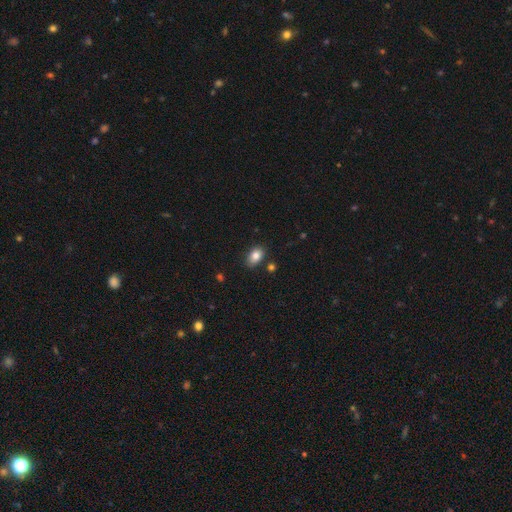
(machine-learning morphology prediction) Smooth or featured?
  - smooth: 84% *
  - star or artifact: 9%
  - featured or disk: 8%
How rounded?
  - in between: 87% *
  - round: 12%
  - cigar-shaped: 1%
Merging?
  - none: 82% *
  - minor disturbance: 12%
  - merger: 3%
  - major disturbance: 2%